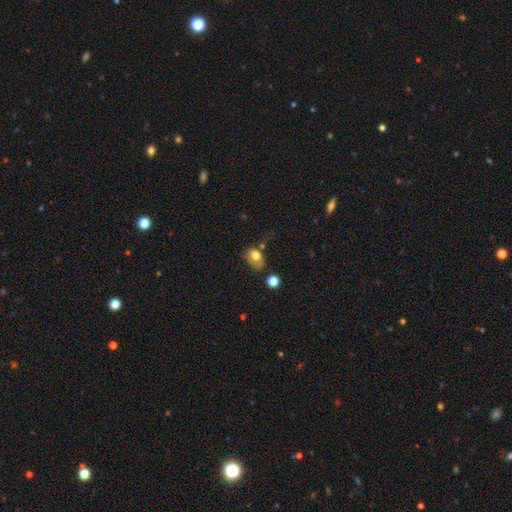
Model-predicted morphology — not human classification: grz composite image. It shows a smooth galaxy with no disk features (69%) that is in between round and cigar-shaped (73%). Merging: none (35%).